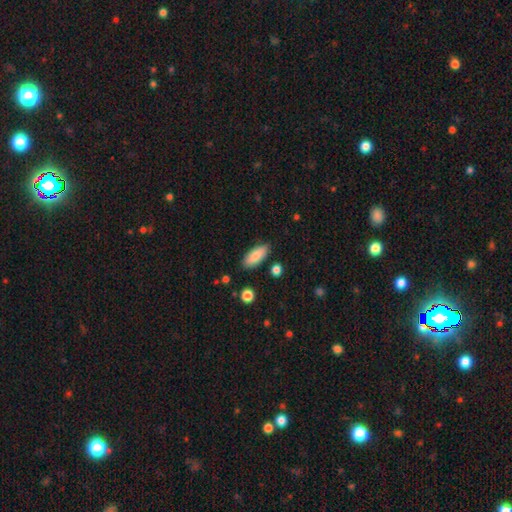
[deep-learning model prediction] A smooth galaxy with no disk features (84%) that is in between round and cigar-shaped (79%).

Vote fractions:
- Smooth or featured? smooth: 84% / featured or disk: 10% / star or artifact: 6%
- How rounded? in between: 79% / cigar-shaped: 18% / round: 2%
- Merging? none: 85% / minor disturbance: 10% / merger: 2% / major disturbance: 2%